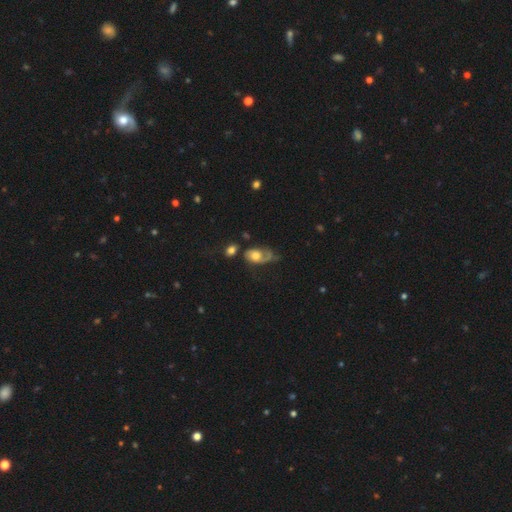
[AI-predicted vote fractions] Morphology: type=featured or disk (48%); merging=major disturbance (35%).